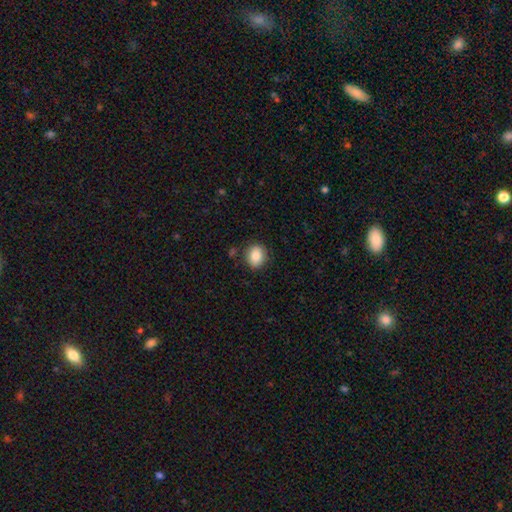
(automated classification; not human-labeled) Smooth or featured: smooth — 85% (star or artifact — 8%)
How rounded: round — 55% (in between — 44%)
Merging: none — 84% (minor disturbance — 11%)